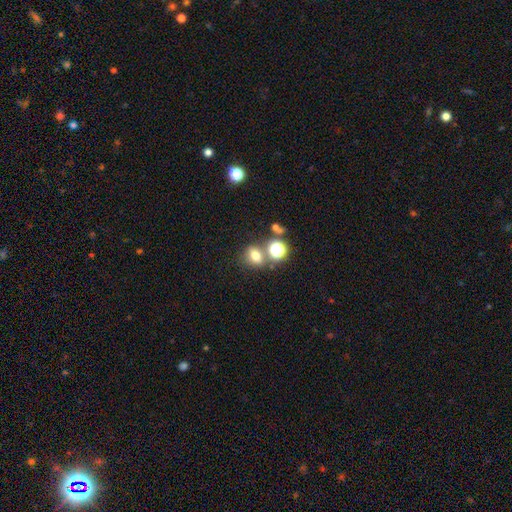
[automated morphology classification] This appears to be a smooth galaxy with no disk features (68%) that is in between round and cigar-shaped (51%). Merging: none (59%).